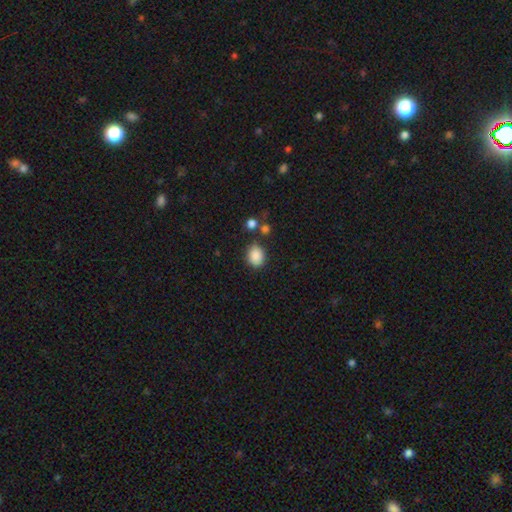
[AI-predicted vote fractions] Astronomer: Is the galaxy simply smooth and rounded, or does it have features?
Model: smooth — 88%.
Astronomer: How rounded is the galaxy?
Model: in between — 53% (runner-up: round, 46%).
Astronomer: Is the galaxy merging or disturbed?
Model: none — 77%.